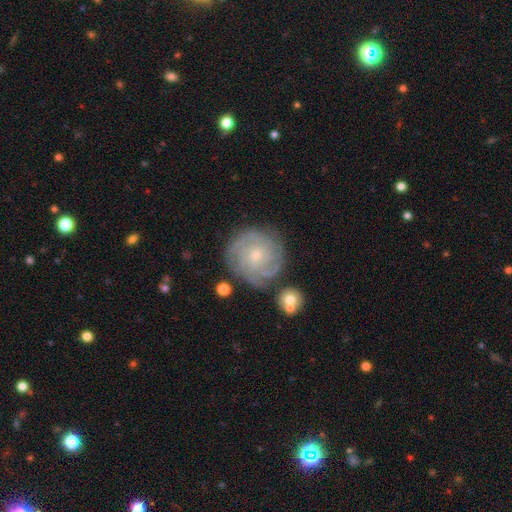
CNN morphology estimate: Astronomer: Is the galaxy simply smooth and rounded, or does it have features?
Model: featured or disk — 78%.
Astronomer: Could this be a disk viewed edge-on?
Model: no — 98%.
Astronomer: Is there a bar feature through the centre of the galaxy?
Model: no — 75%.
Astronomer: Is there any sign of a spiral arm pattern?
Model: yes — 94%.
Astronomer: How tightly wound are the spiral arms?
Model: tight — 76%.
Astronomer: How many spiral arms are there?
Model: can't tell — 33% (runner-up: 3, 21%).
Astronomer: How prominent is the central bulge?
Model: small — 70%.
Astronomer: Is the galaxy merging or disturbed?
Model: none — 78%.